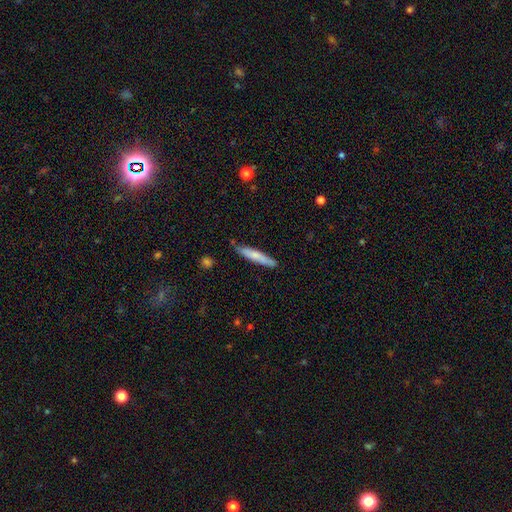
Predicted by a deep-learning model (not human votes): Overall: smooth (67%; featured or disk 28%). How rounded: cigar-shaped (92%). Merging: none (82%).